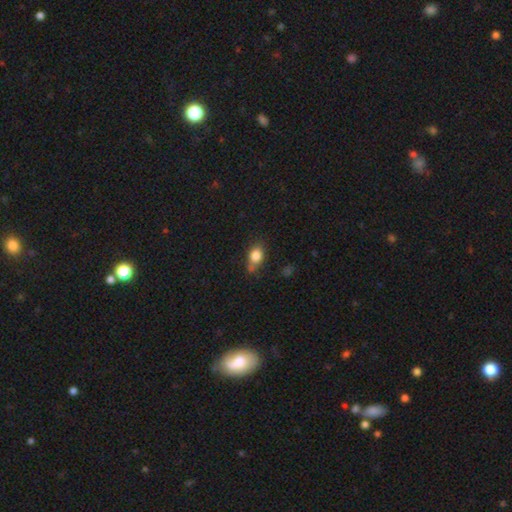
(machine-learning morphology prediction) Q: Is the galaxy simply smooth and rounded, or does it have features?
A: smooth — 81%.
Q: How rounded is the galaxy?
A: in between — 73%.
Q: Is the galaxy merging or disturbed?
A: none — 56%.